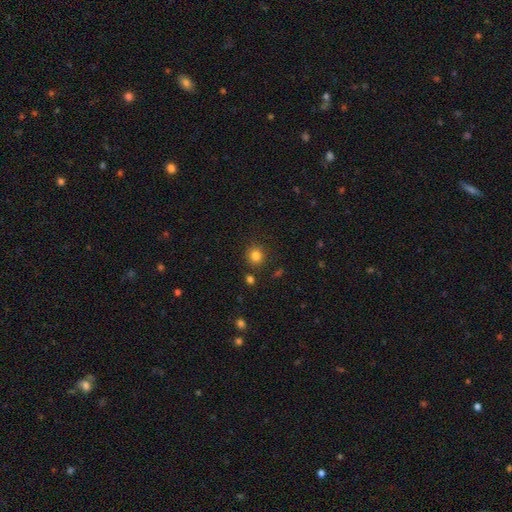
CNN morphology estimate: Smooth or featured? smooth (83%)
How rounded? round (90%)
Merging? none (87%)